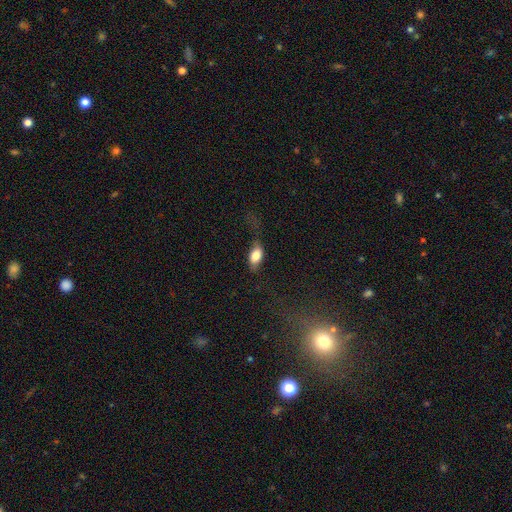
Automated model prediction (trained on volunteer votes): A smooth galaxy with no disk features (75%) that is in between round and cigar-shaped (87%).

Vote fractions:
- Smooth or featured? smooth: 75% / featured or disk: 17% / star or artifact: 7%
- How rounded? in between: 87% / cigar-shaped: 7% / round: 6%
- Merging? none: 49% / minor disturbance: 24% / major disturbance: 24% / merger: 3%